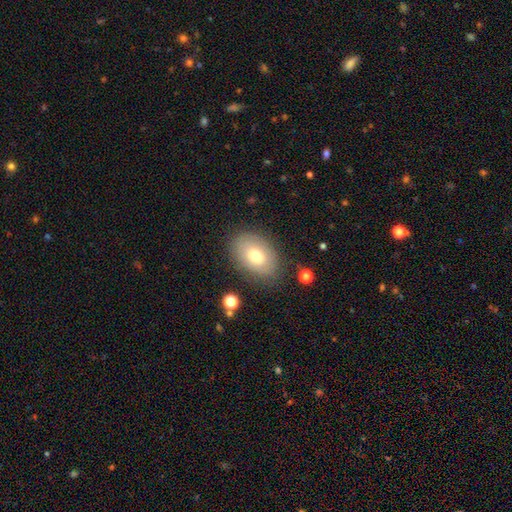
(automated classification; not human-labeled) Smooth or featured?
  - smooth: 67% *
  - featured or disk: 24%
  - star or artifact: 8%
How rounded?
  - in between: 85% *
  - round: 14%
  - cigar-shaped: 1%
Merging?
  - none: 80% *
  - minor disturbance: 14%
  - major disturbance: 4%
  - merger: 2%